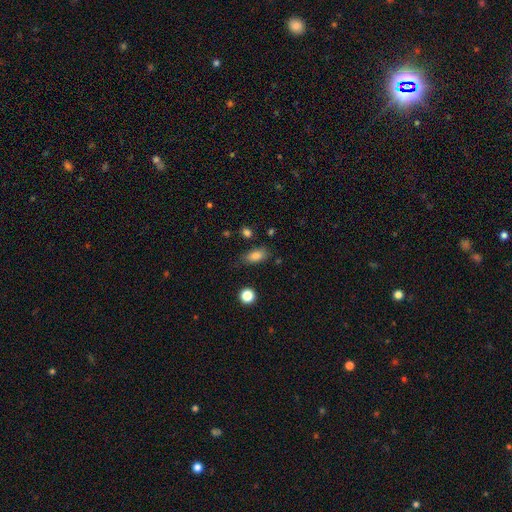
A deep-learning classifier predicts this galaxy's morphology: Smooth or featured? Predicted: smooth (p=0.82). How rounded? Predicted: in between (p=0.85). Merging? Predicted: none (p=0.74).